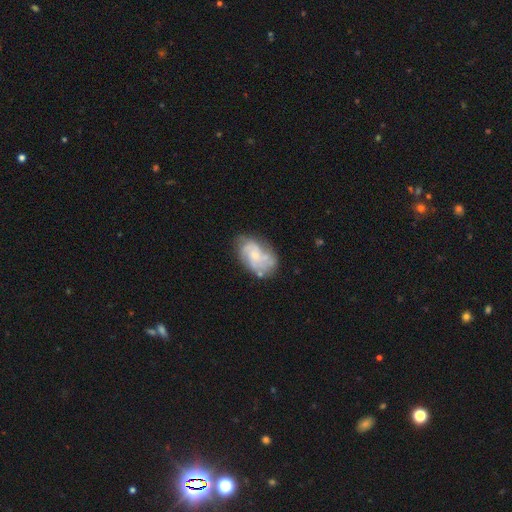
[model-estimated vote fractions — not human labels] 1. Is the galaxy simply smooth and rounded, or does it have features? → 68% featured or disk, 25% smooth, 7% star or artifact.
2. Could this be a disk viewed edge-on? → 97% no, 3% yes.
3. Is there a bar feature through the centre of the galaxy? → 72% no, 25% weak, 3% strong.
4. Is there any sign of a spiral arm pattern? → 79% yes, 21% no.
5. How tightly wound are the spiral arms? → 42% medium, 34% tight, 24% loose.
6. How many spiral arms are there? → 34% can't tell, 25% 3, 23% 2, 9% 4, 4% 1, 4% more than 4.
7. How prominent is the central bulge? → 55% small, 32% moderate, 9% none, 2% large, 1% dominant.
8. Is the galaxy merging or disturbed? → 57% none, 25% minor disturbance, 12% major disturbance, 6% merger.